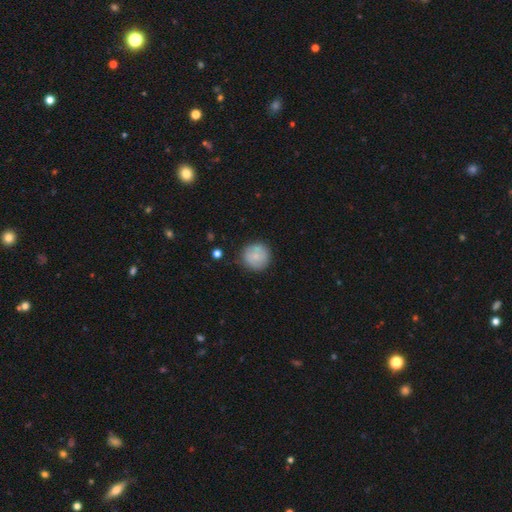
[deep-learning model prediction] smooth-or-featured: smooth: 73% | featured or disk: 20% | star or artifact: 7%
  how-rounded: round: 94% | in between: 5% | cigar-shaped: 1%
  merging: none: 81% | minor disturbance: 13% | major disturbance: 3% | merger: 3%